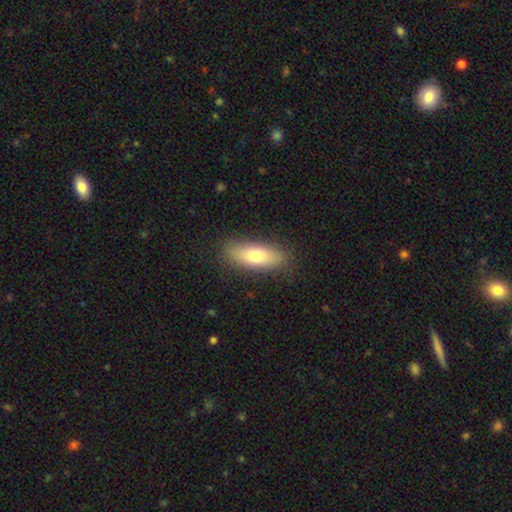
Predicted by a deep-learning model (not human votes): smooth-or-featured: smooth: 74% | featured or disk: 20% | star or artifact: 7%
  how-rounded: in between: 64% | cigar-shaped: 34% | round: 3%
  merging: none: 87% | minor disturbance: 10% | major disturbance: 2% | merger: 1%